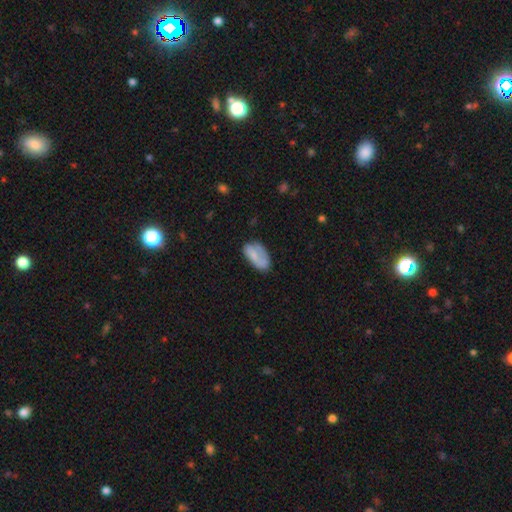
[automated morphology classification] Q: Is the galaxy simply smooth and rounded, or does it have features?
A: smooth — 67%.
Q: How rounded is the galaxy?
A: in between — 92%.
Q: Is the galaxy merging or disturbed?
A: none — 52%.